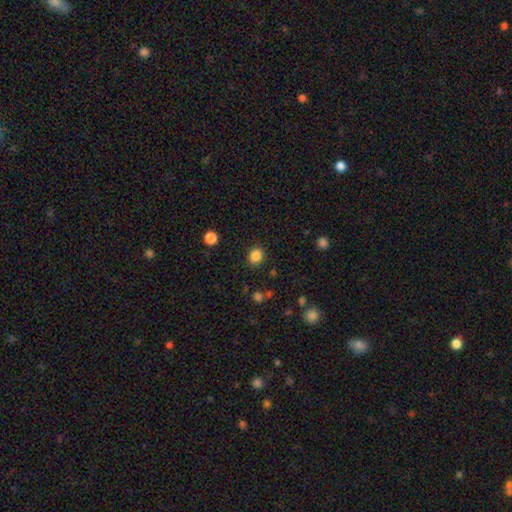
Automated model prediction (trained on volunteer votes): smooth-or-featured: smooth: 85% | star or artifact: 12% | featured or disk: 3%
  how-rounded: round: 77% | in between: 22% | cigar-shaped: 1%
  merging: none: 88% | minor disturbance: 7% | major disturbance: 3% | merger: 2%